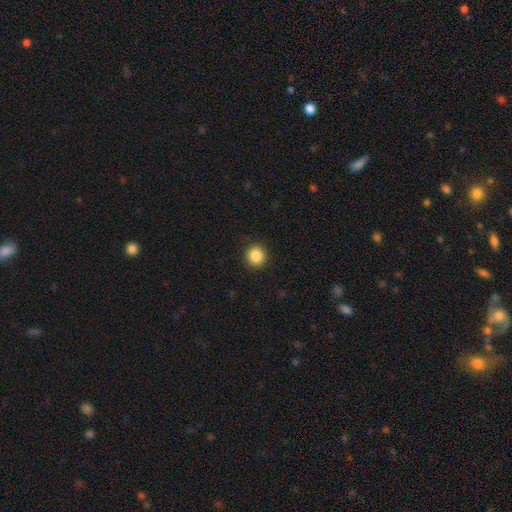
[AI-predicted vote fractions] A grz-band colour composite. It shows a smooth galaxy with no disk features (87%) that is round (93%). Merging: none (92%).